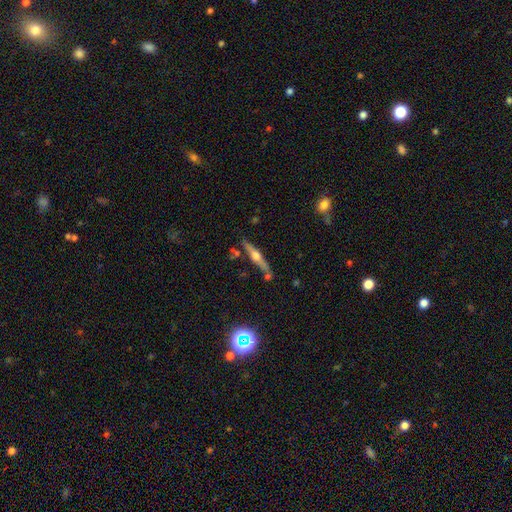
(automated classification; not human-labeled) Overall: featured or disk (72%). Edge-on disk: yes (97%). Edge-on bulge: rounded (94%). Merging: none (78%).